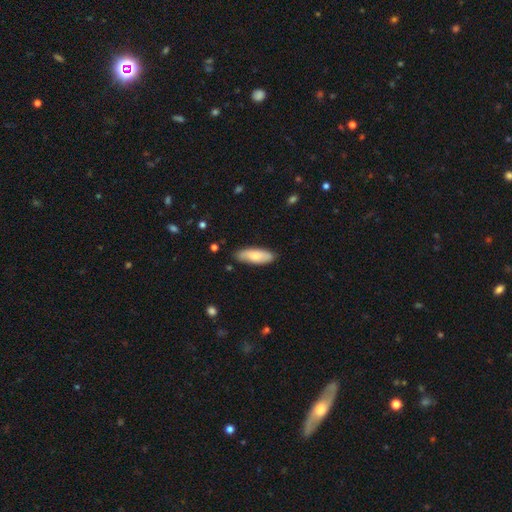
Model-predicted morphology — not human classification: A smooth galaxy with no disk features (75%) that is in between round and cigar-shaped (71%).

Vote fractions:
- Smooth or featured? smooth: 75% / featured or disk: 20% / star or artifact: 5%
- How rounded? in between: 71% / cigar-shaped: 27% / round: 2%
- Merging? none: 81% / minor disturbance: 15% / major disturbance: 2% / merger: 1%